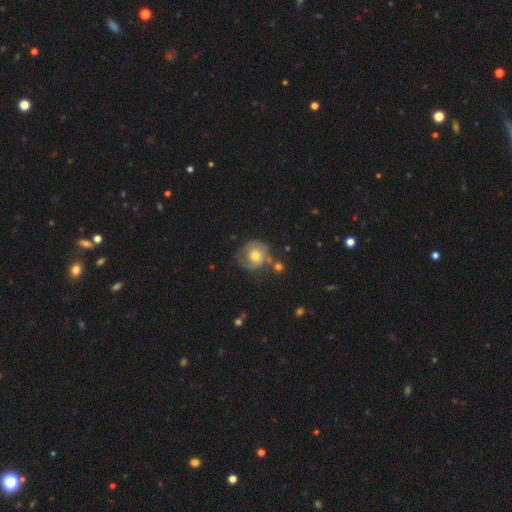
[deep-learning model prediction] smooth 51%, featured or disk 41%, star or artifact 8%. Down the decision tree: how rounded — round (85%); merging — none (53%).